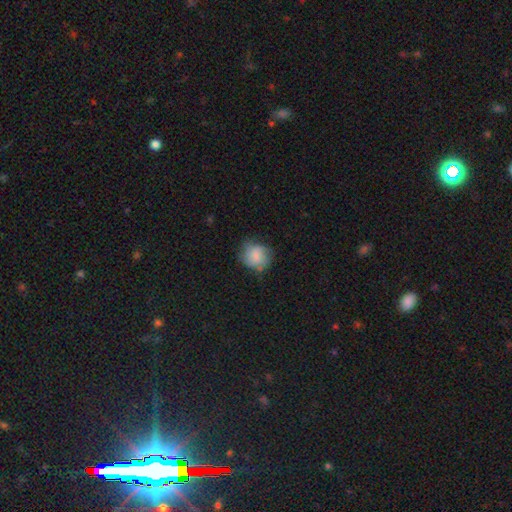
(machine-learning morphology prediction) Q: Smooth or featured?
A: smooth (67%); runner-up: featured or disk (25%)
Q: How rounded?
A: round (76%); runner-up: in between (23%)
Q: Merging?
A: none (63%); runner-up: minor disturbance (26%)